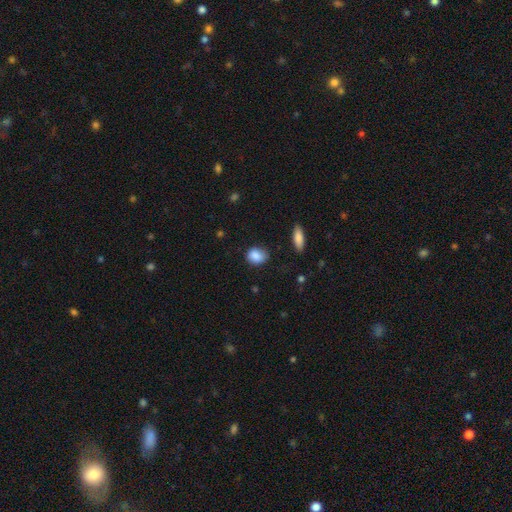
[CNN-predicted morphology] This is clearly a smooth galaxy (86%). How rounded: possibly round (51%). Merging: likely none (71%).